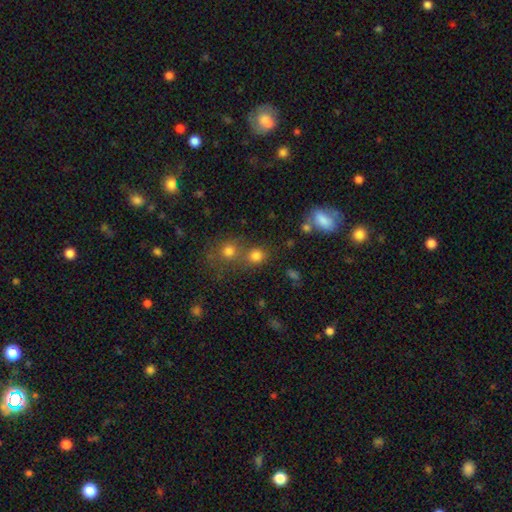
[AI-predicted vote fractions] Overall: smooth (78%). How rounded: round (79%). Merging: none (55%; merger 32%).